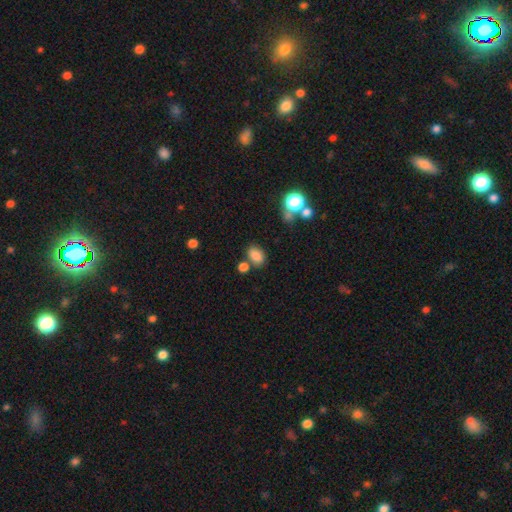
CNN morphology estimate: Smooth or featured: smooth — 82% (star or artifact — 11%)
How rounded: in between — 79% (round — 20%)
Merging: none — 69% (minor disturbance — 13%)